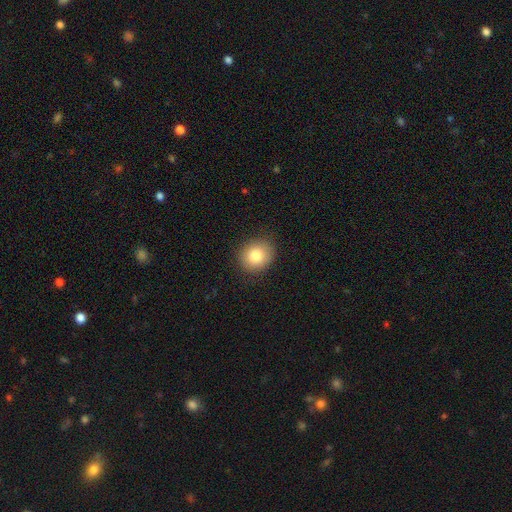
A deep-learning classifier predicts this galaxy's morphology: type=smooth (83%); roundness=round (75%); merging=none (88%).